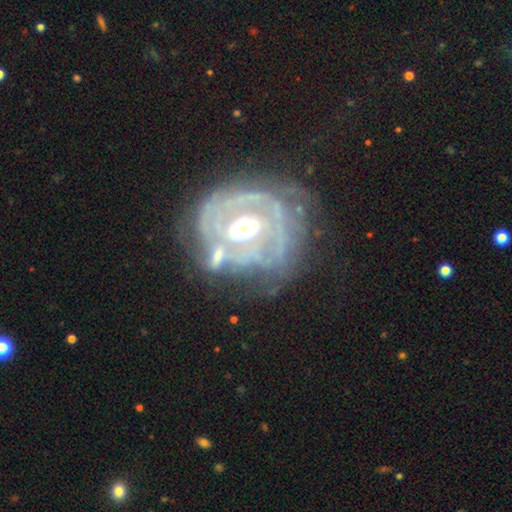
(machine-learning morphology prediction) Smooth or featured? featured or disk (83%)
Edge-on disk? no (97%)
Bar? weak (41%)
Spiral arms? yes (76%)
Spiral winding? tight (64%)
Spiral arm count? can't tell (44%)
Bulge size? moderate (68%)
Merging? none (50%)